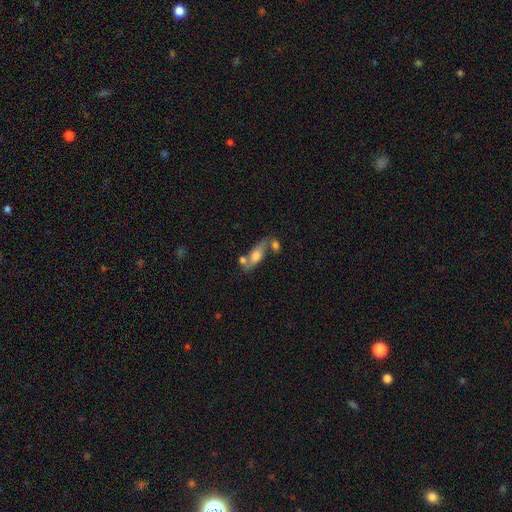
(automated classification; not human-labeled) smooth-or-featured: smooth: 52% | featured or disk: 40% | star or artifact: 7%
  how-rounded: in between: 63% | cigar-shaped: 32% | round: 5%
  merging: none: 51% | merger: 27% | minor disturbance: 15% | major disturbance: 6%